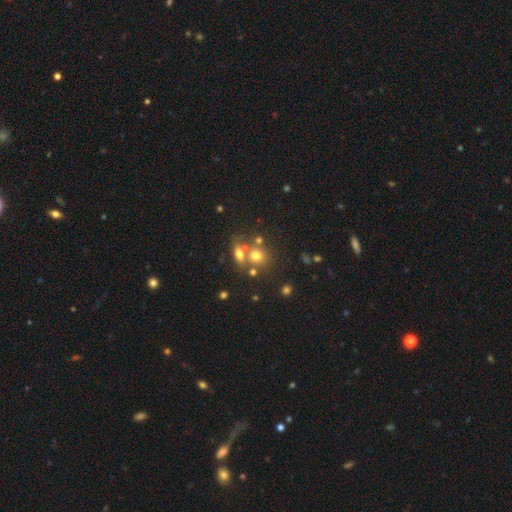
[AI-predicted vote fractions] This is likely a smooth galaxy (64%). How rounded: likely round (76%). Merging: possibly none (48%).